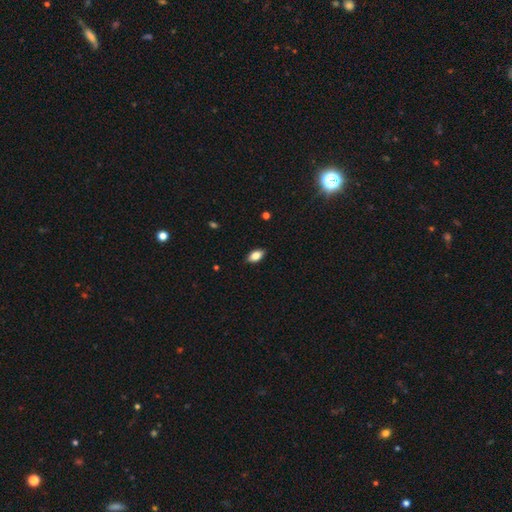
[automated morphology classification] Smooth or featured? Predicted: smooth (p=0.82). How rounded? Predicted: in between (p=0.90). Merging? Predicted: none (p=0.86).